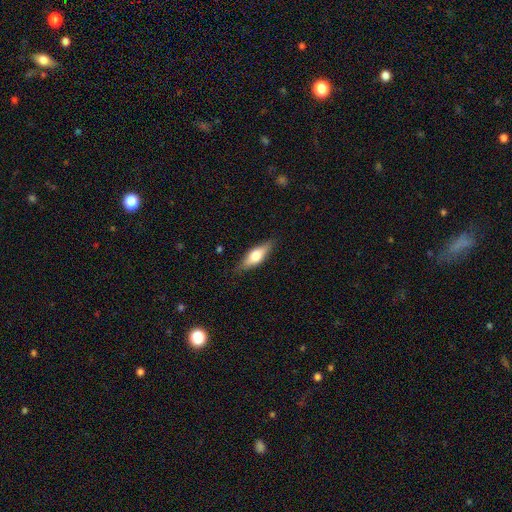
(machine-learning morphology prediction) Smooth or featured: smooth — 57% (featured or disk — 37%)
How rounded: in between — 59% (cigar-shaped — 38%)
Merging: none — 84% (minor disturbance — 12%)